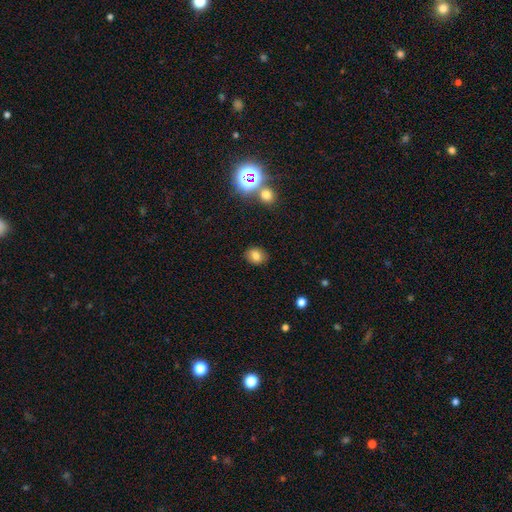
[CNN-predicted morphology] This appears to be a smooth galaxy with no disk features (79%) that is round (57%). Merging: none (88%).